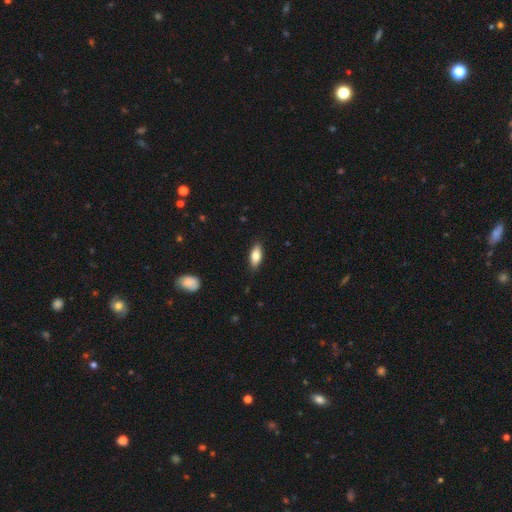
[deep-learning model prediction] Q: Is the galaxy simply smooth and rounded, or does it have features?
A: smooth — 78%.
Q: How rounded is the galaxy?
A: in between — 82%.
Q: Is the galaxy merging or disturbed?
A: none — 86%.